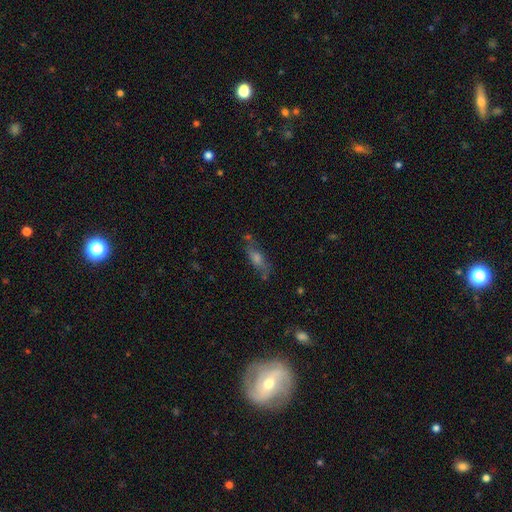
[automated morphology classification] type=featured or disk (42%); merging=none (69%).